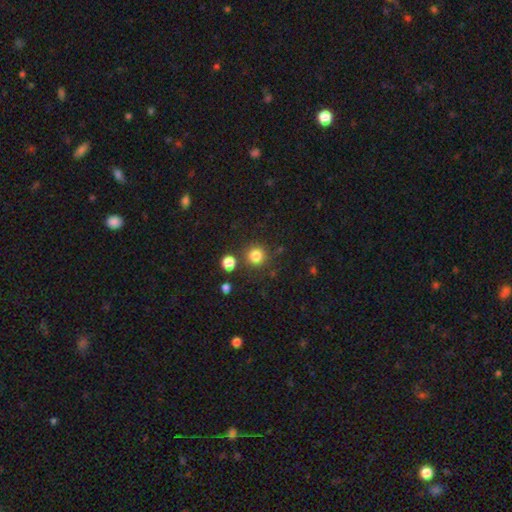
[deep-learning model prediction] smooth-or-featured: smooth: 83% | star or artifact: 12% | featured or disk: 5%
  how-rounded: round: 92% | in between: 7% | cigar-shaped: 1%
  merging: none: 81% | minor disturbance: 8% | merger: 7% | major disturbance: 3%